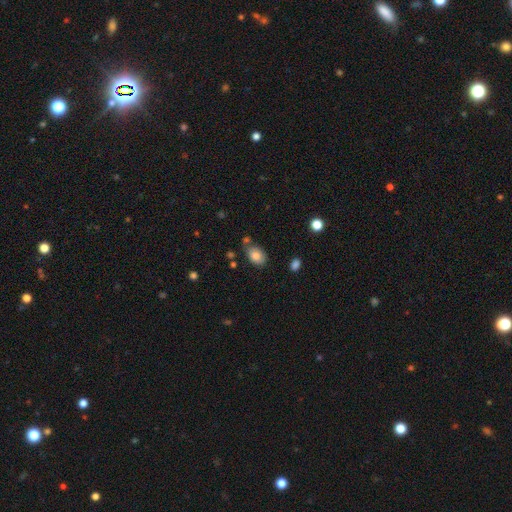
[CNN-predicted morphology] smooth-or-featured: smooth: 81% | featured or disk: 10% | star or artifact: 9%
  how-rounded: in between: 78% | round: 21% | cigar-shaped: 1%
  merging: none: 70% | minor disturbance: 18% | merger: 8% | major disturbance: 4%